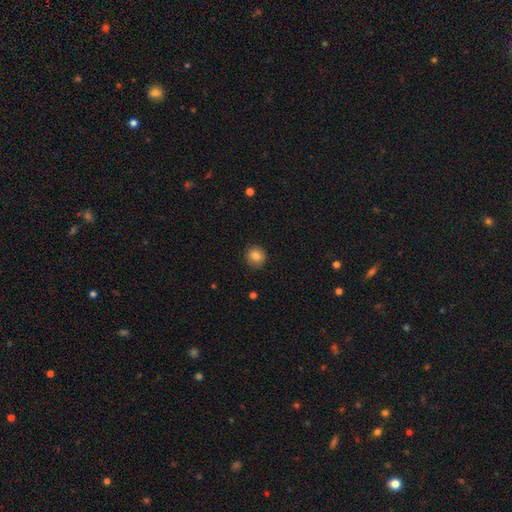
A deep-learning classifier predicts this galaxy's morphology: smooth_or_featured: smooth (p=0.85) [alt: star or artifact p=0.09]
how_rounded: round (p=0.88) [alt: in between p=0.11]
merging: none (p=0.90) [alt: minor disturbance p=0.07]